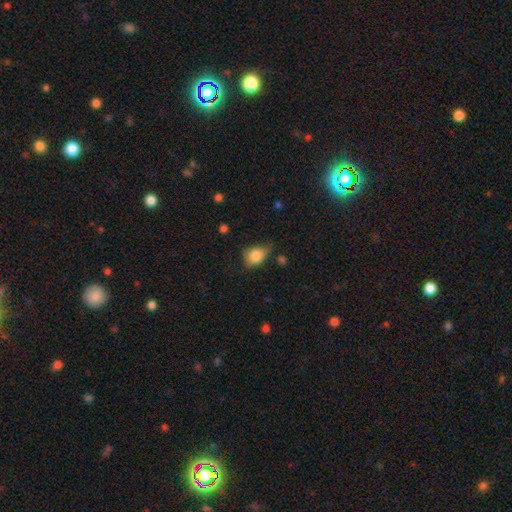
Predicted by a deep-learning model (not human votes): The model was most divided on "merging": none: 45%, minor disturbance: 41%, major disturbance: 11%, merger: 3%. More confident: smooth or featured — smooth (82%); how rounded — in between (52%).